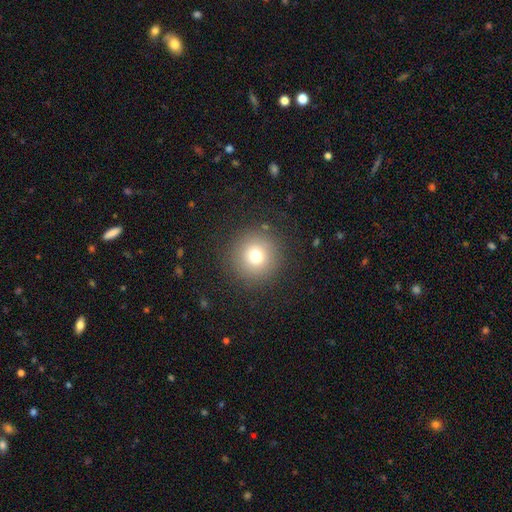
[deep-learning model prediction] smooth-or-featured: smooth: 74% | star or artifact: 15% | featured or disk: 12%
  how-rounded: round: 96% | in between: 3% | cigar-shaped: 1%
  merging: none: 88% | minor disturbance: 7% | major disturbance: 4% | merger: 1%